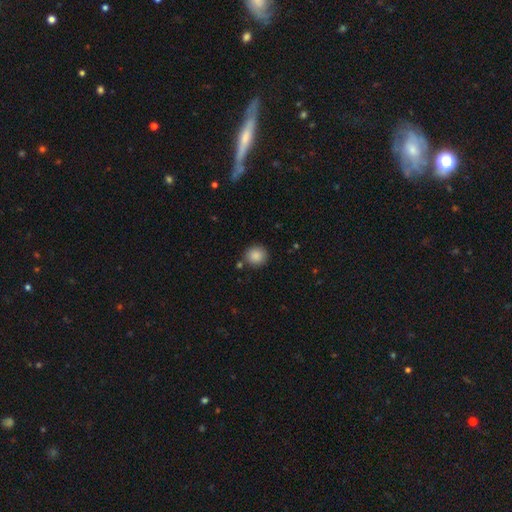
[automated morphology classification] Q: Smooth or featured?
A: smooth (88%); runner-up: star or artifact (8%)
Q: How rounded?
A: round (91%); runner-up: in between (8%)
Q: Merging?
A: none (86%); runner-up: minor disturbance (8%)